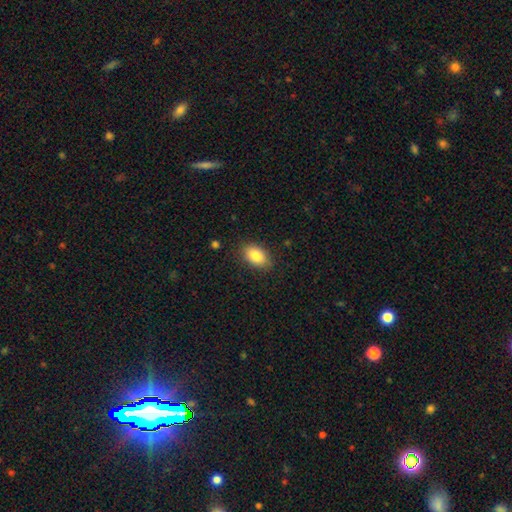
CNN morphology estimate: Smooth or featured? Predicted: smooth (p=0.85). How rounded? Predicted: in between (p=0.90). Merging? Predicted: none (p=0.84).